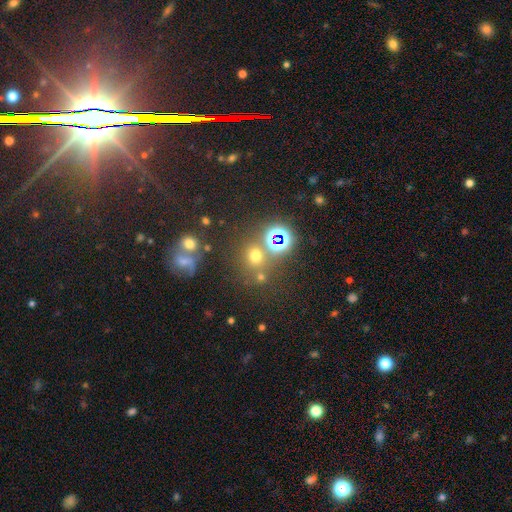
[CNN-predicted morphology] This is possibly a smooth galaxy (60%). How rounded: clearly round (84%). Merging: likely none (70%).